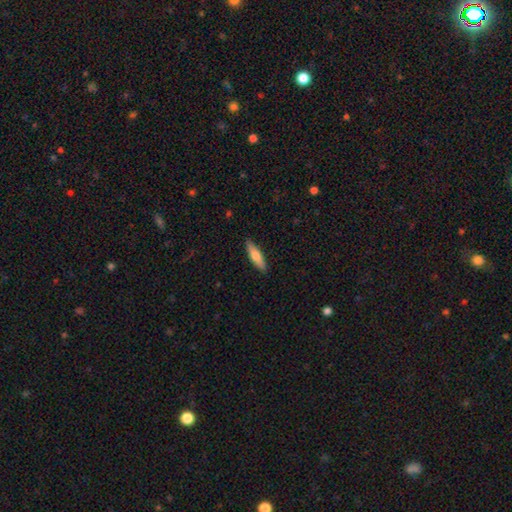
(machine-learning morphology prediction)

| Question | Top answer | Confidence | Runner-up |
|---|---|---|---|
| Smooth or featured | smooth | 66% | featured or disk (28%) |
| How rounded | cigar-shaped | 65% | in between (33%) |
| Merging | none | 89% | minor disturbance (8%) |